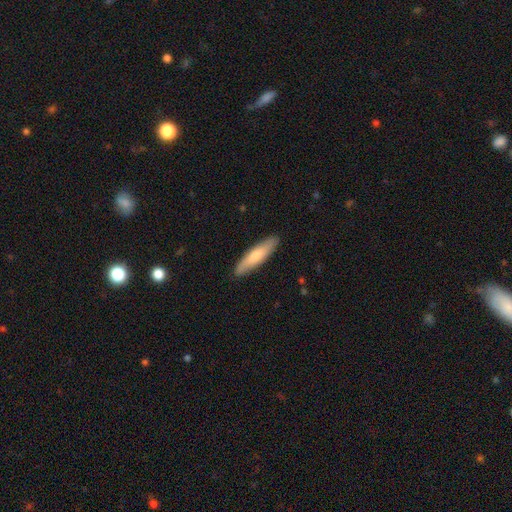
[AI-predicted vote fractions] Q: Smooth or featured?
A: smooth (71%); runner-up: featured or disk (24%)
Q: How rounded?
A: cigar-shaped (77%); runner-up: in between (21%)
Q: Merging?
A: none (89%); runner-up: minor disturbance (8%)